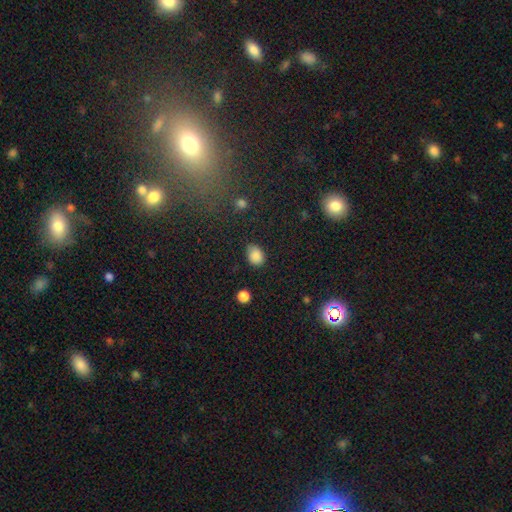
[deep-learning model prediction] smooth 86%, star or artifact 9%, featured or disk 5%. Down the decision tree: how rounded — in between (73%); merging — none (72%).